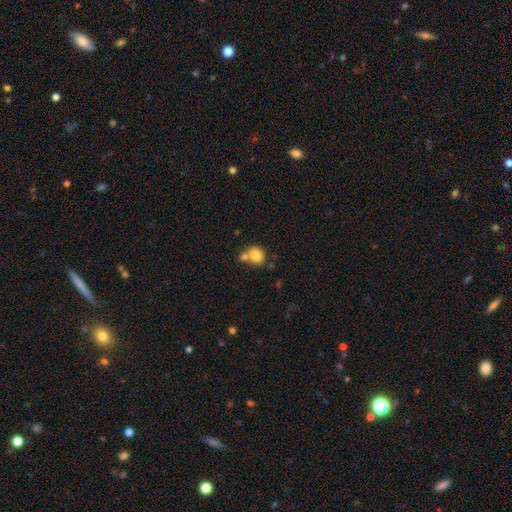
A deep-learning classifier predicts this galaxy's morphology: The model was most divided on "merging": none: 49%, merger: 34%, minor disturbance: 12%, major disturbance: 4%. More confident: smooth or featured — smooth (81%); how rounded — round (71%).